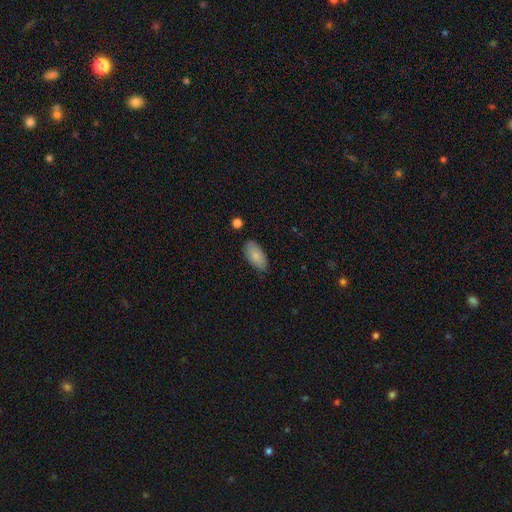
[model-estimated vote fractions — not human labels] Smooth or featured? smooth (82%)
How rounded? in between (93%)
Merging? none (80%)